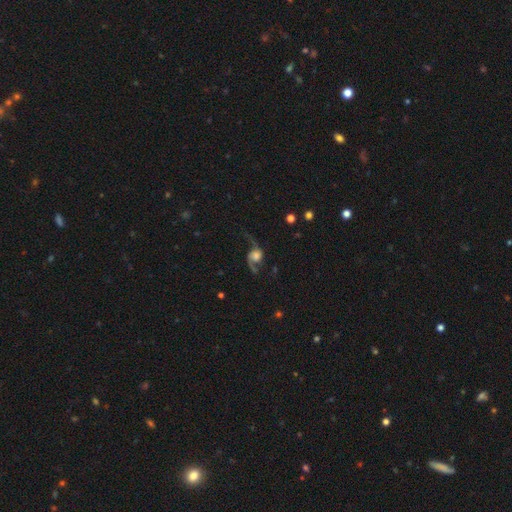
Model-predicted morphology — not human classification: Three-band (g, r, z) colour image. It shows a featured or disk galaxy (78%) with no bar (71%), 2 (85%) loose (80%) spiral arms (94%) and a large central bulge (37%). Merging: none (55%).